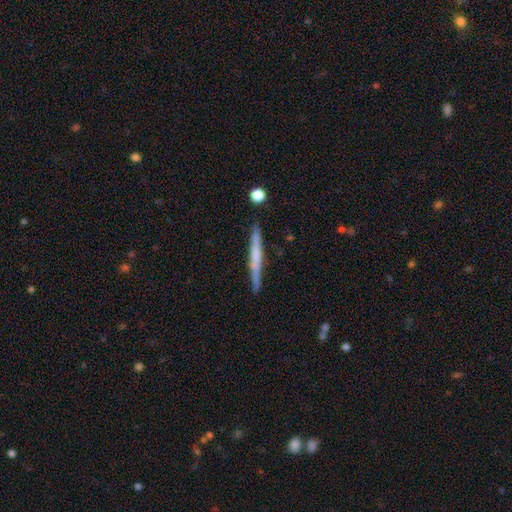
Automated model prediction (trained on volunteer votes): Smooth or featured? Predicted: featured or disk (p=0.48). Merging? Predicted: none (p=0.89).